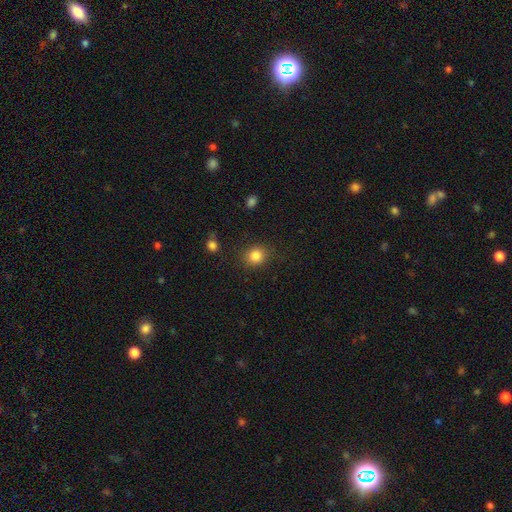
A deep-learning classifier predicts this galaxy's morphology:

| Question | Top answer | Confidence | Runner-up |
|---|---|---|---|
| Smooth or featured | smooth | 84% | star or artifact (11%) |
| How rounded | round | 81% | in between (18%) |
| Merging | none | 84% | minor disturbance (10%) |